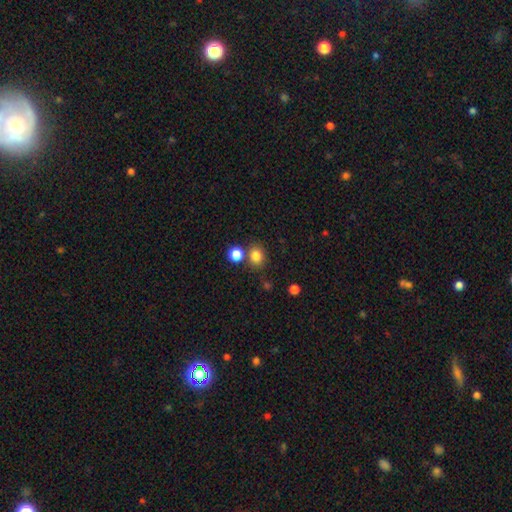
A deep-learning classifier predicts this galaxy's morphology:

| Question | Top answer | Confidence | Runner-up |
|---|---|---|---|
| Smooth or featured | smooth | 82% | star or artifact (13%) |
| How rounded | round | 72% | in between (27%) |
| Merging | none | 73% | merger (15%) |